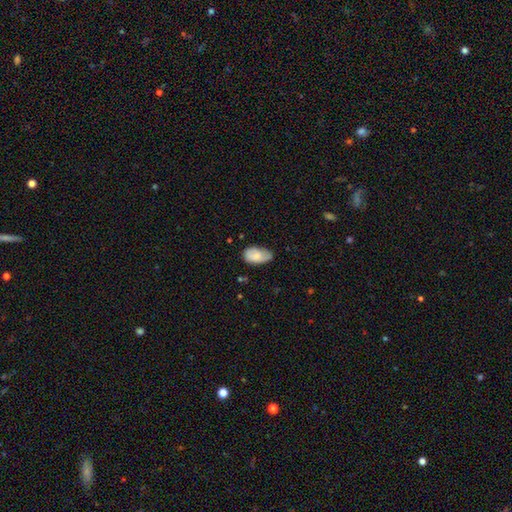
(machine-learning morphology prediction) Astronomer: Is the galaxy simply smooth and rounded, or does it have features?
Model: smooth — 78%.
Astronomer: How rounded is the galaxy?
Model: in between — 93%.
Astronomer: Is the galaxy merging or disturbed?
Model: none — 46% (runner-up: minor disturbance, 42%).